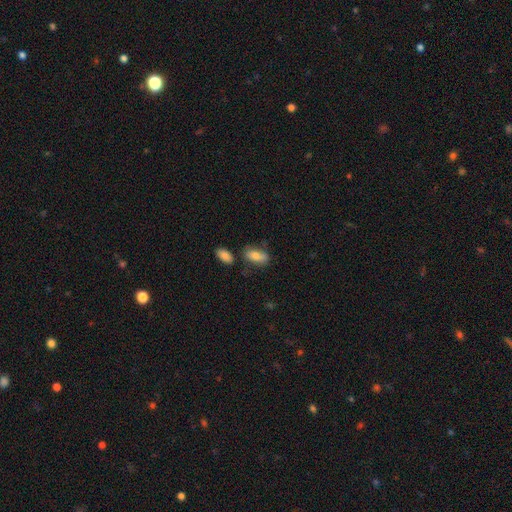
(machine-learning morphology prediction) Q: Smooth or featured?
A: smooth (74%); runner-up: featured or disk (17%)
Q: How rounded?
A: in between (87%); runner-up: cigar-shaped (8%)
Q: Merging?
A: none (66%); runner-up: minor disturbance (19%)